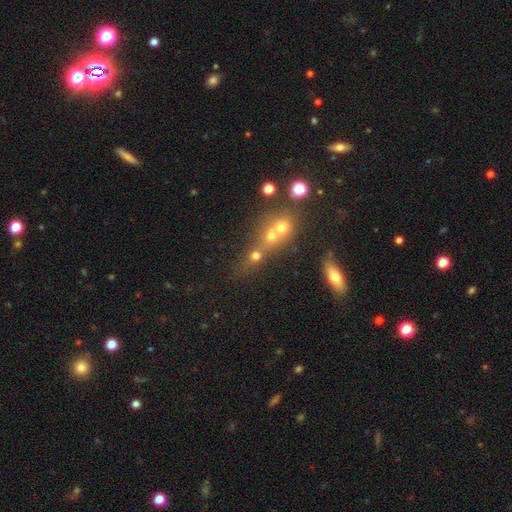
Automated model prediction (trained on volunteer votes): This appears to be a smooth galaxy with no disk features (57%) that is round (69%). Merging: merger (53%).